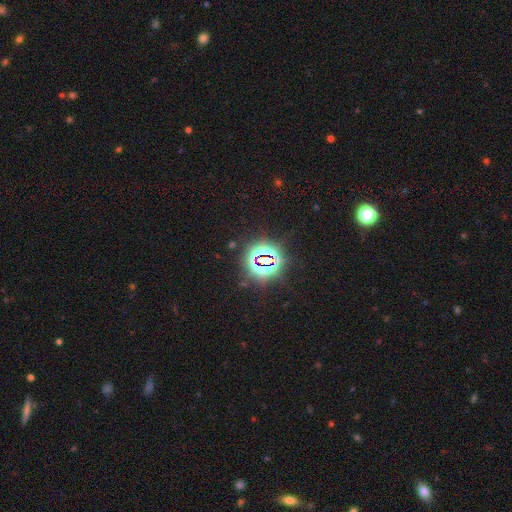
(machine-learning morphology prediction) This appears to be a star or artifact, not a galaxy (79%).